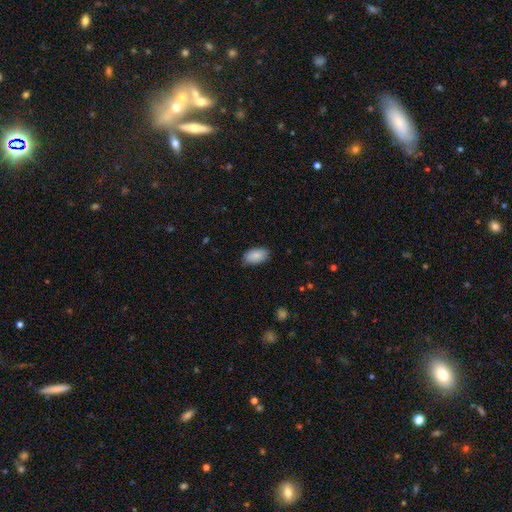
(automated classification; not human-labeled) A smooth galaxy with no disk features (88%) that is in between round and cigar-shaped (94%).

Vote fractions:
- Smooth or featured? smooth: 88% / star or artifact: 6% / featured or disk: 5%
- How rounded? in between: 94% / round: 4% / cigar-shaped: 2%
- Merging? none: 82% / minor disturbance: 14% / major disturbance: 3% / merger: 1%